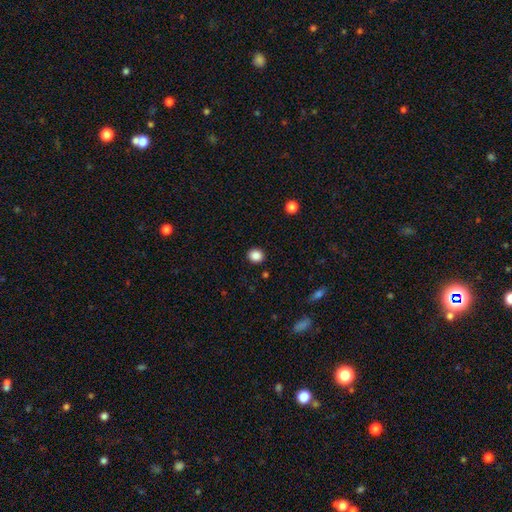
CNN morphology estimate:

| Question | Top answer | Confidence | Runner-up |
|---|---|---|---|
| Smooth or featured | smooth | 87% | star or artifact (10%) |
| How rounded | round | 80% | in between (19%) |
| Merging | none | 91% | minor disturbance (6%) |